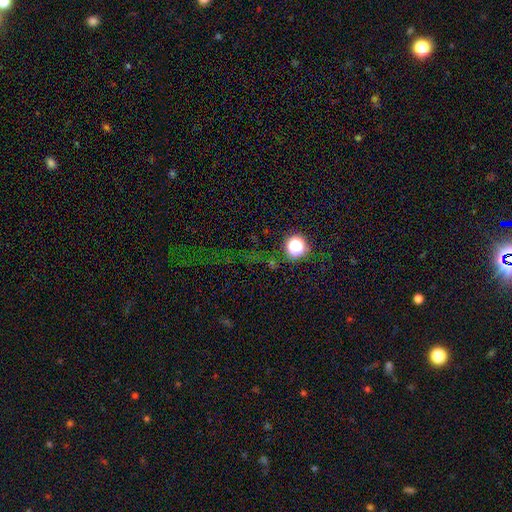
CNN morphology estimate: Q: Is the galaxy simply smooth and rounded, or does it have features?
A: star or artifact — 70%.